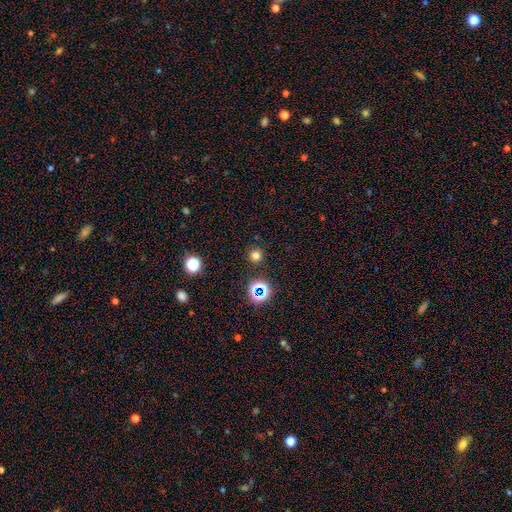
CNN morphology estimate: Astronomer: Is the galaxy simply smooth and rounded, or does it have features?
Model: smooth — 71%.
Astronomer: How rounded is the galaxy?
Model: round — 94%.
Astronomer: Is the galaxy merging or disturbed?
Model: none — 90%.